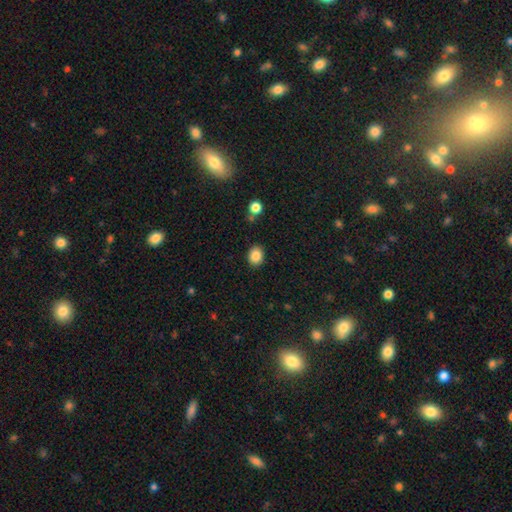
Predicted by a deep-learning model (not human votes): Smooth or featured? smooth (86%)
How rounded? in between (50%)
Merging? none (87%)